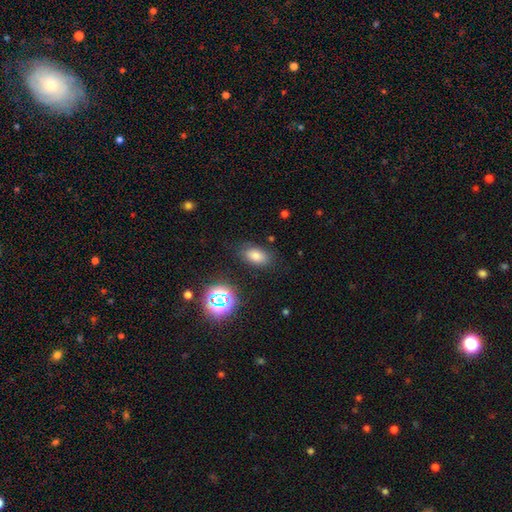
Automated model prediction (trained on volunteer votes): Overall: smooth (75%). How rounded: in between (88%). Merging: none (82%).